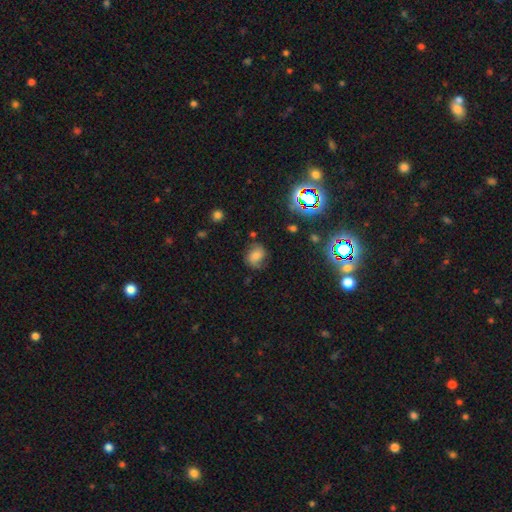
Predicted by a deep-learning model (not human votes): smooth-or-featured: smooth: 55% | featured or disk: 29% | star or artifact: 17%
  how-rounded: round: 59% | in between: 40% | cigar-shaped: 1%
  merging: none: 66% | minor disturbance: 23% | major disturbance: 9% | merger: 2%